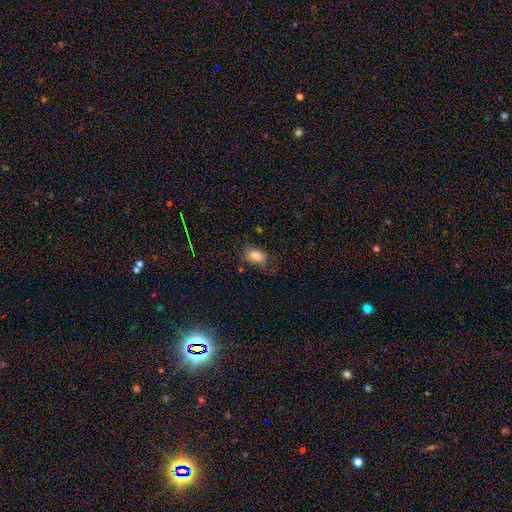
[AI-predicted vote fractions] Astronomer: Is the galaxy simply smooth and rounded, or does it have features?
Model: smooth — 81%.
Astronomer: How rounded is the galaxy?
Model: in between — 89%.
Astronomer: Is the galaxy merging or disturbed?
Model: none — 61%.